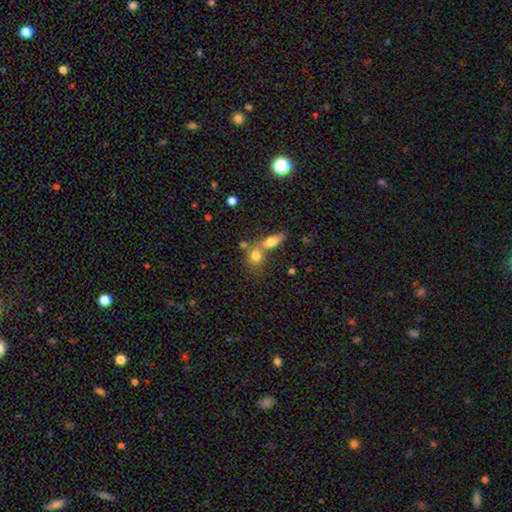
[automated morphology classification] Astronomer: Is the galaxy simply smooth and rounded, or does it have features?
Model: smooth — 74%.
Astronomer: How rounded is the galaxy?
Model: round — 56% (runner-up: in between, 39%).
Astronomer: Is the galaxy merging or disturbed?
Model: merger — 45% (runner-up: none, 42%).